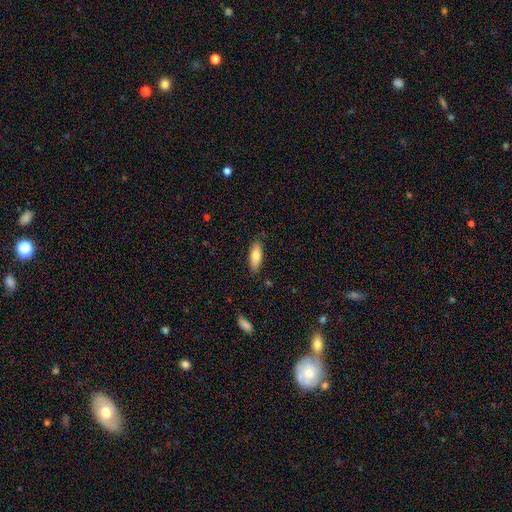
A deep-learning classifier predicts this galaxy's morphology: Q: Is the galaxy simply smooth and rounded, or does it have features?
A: smooth — 78%.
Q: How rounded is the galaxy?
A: in between — 66%.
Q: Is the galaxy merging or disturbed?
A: none — 86%.